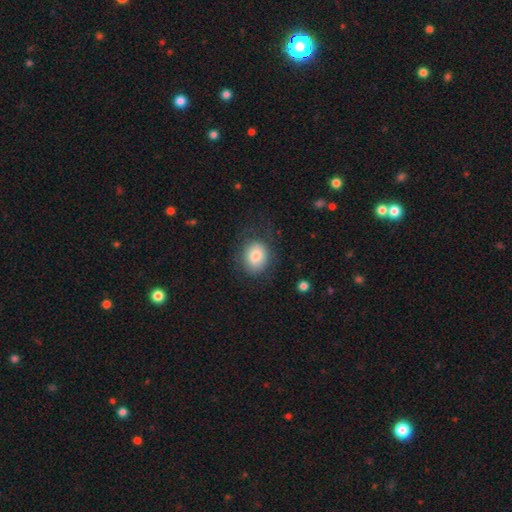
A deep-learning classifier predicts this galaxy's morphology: Overall: smooth (79%). How rounded: round (59%; in between 41%). Merging: none (71%).